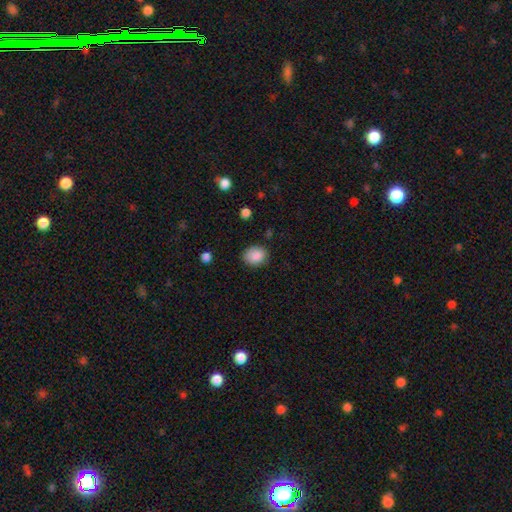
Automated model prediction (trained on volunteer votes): Morphology: type=smooth (88%); roundness=round (52%); merging=none (81%).